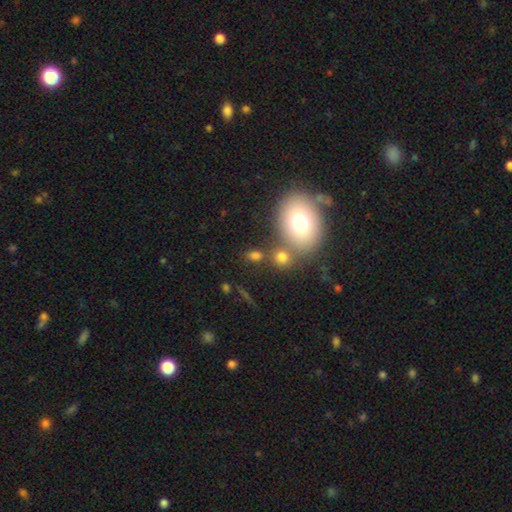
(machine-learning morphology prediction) This is likely a smooth galaxy (69%). How rounded: possibly round (50%). Merging: likely none (65%).